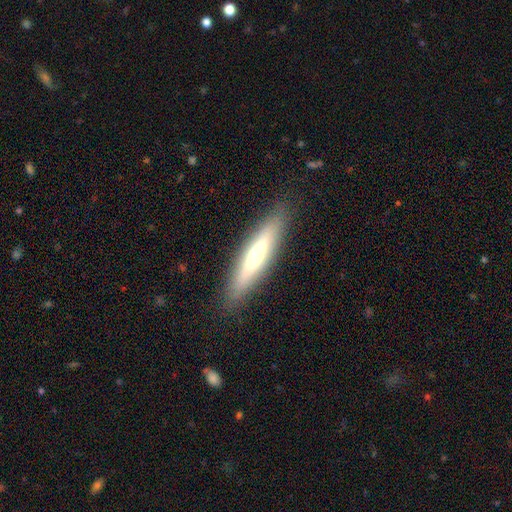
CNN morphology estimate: Smooth or featured? Predicted: featured or disk (p=0.51). Edge-on disk? Predicted: yes (p=0.87). Merging? Predicted: none (p=0.87).